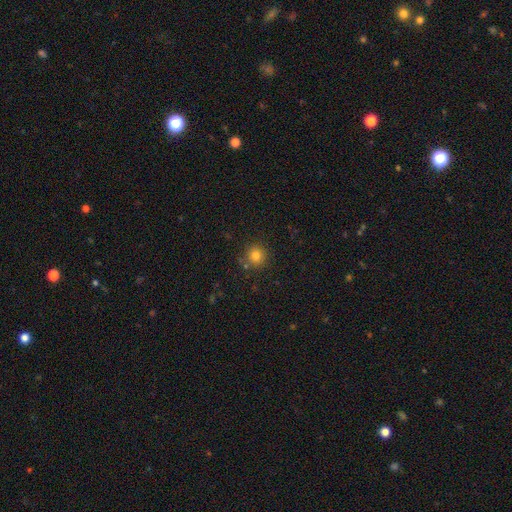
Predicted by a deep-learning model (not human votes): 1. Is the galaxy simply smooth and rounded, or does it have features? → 80% smooth, 14% star or artifact, 6% featured or disk.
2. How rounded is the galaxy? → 93% round, 6% in between, 1% cigar-shaped.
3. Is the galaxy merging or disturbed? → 82% none, 9% minor disturbance, 6% merger, 3% major disturbance.